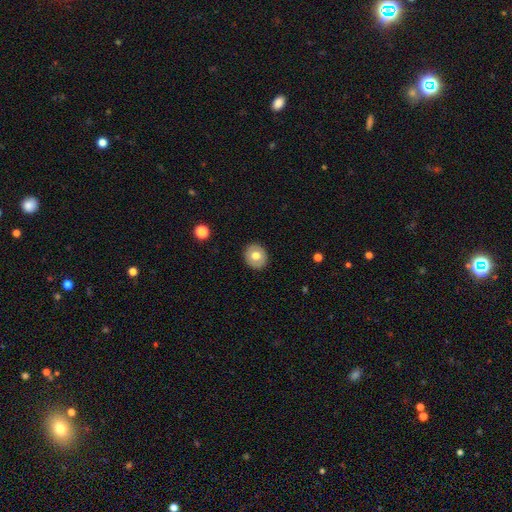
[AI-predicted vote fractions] Smooth or featured?
  - smooth: 69% *
  - featured or disk: 23%
  - star or artifact: 8%
How rounded?
  - round: 77% *
  - in between: 22%
  - cigar-shaped: 1%
Merging?
  - none: 91% *
  - minor disturbance: 7%
  - major disturbance: 2%
  - merger: 1%